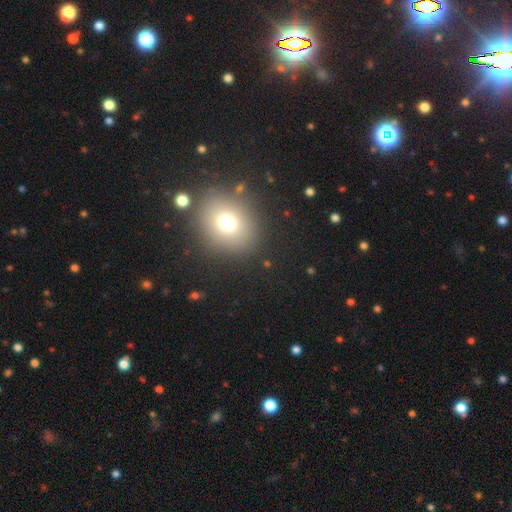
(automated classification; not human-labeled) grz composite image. It shows a smooth galaxy with no disk features (56%) that is round (78%). Merging: none (87%).